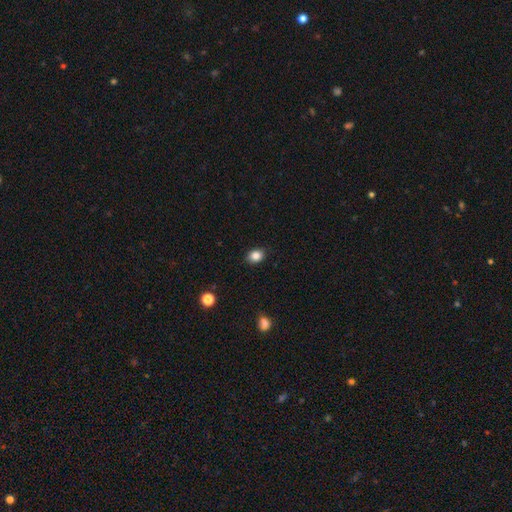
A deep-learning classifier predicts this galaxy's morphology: smooth-or-featured: smooth: 85% | star or artifact: 10% | featured or disk: 5%
  how-rounded: in between: 60% | round: 38% | cigar-shaped: 1%
  merging: none: 87% | minor disturbance: 10% | major disturbance: 2% | merger: 1%